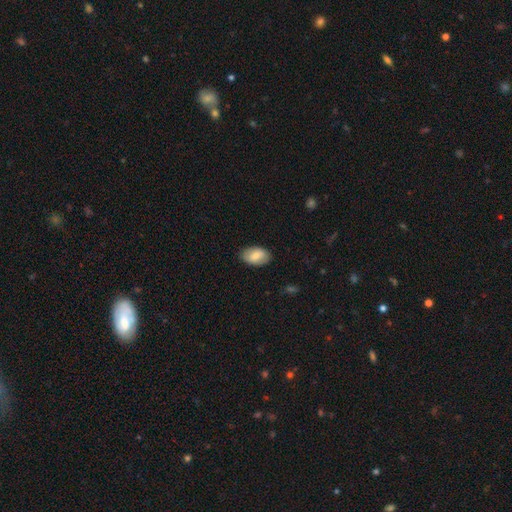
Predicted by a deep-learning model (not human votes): smooth-or-featured: smooth: 74% | featured or disk: 20% | star or artifact: 6%
  how-rounded: in between: 92% | round: 7% | cigar-shaped: 1%
  merging: none: 82% | minor disturbance: 14% | major disturbance: 3% | merger: 1%